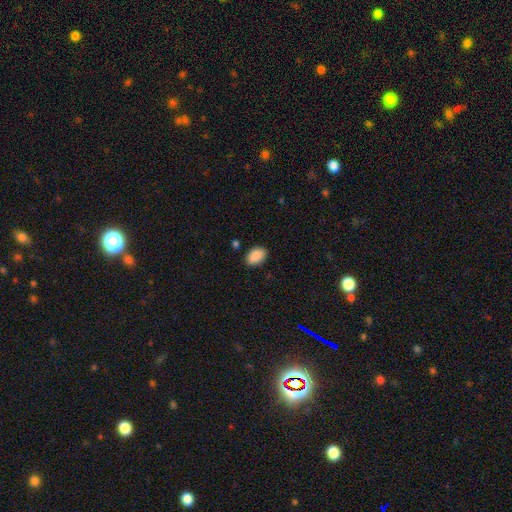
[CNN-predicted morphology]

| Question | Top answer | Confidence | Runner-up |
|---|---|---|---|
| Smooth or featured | smooth | 90% | star or artifact (7%) |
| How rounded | in between | 86% | round (13%) |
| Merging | none | 85% | minor disturbance (11%) |